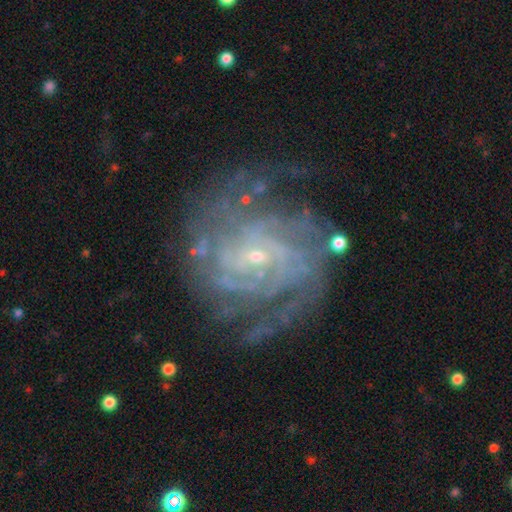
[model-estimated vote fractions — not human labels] This is clearly a featured or disk galaxy (87%). It is clearly not viewed edge-on (97%). Bar: possibly no (56%). Spiral arm pattern: clearly yes (95%). Spiral arm count: marginally can't tell (33%). Spiral winding: likely tight (63%). Central bulge: clearly small (82%). Merging: likely none (67%).